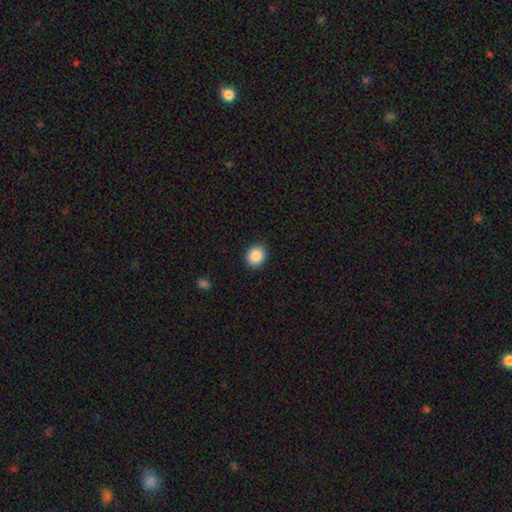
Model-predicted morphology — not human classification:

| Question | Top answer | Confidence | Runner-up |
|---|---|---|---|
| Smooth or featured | smooth | 88% | star or artifact (8%) |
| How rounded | round | 75% | in between (24%) |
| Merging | none | 90% | minor disturbance (7%) |